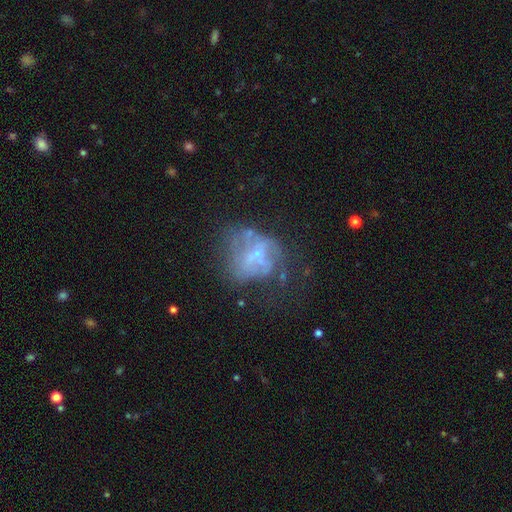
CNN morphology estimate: This appears to be a featured or disk galaxy (59%) with no bar (77%), no spiral arms (79%) and a small central bulge (63%). Merging: none (35%, tied with major disturbance).